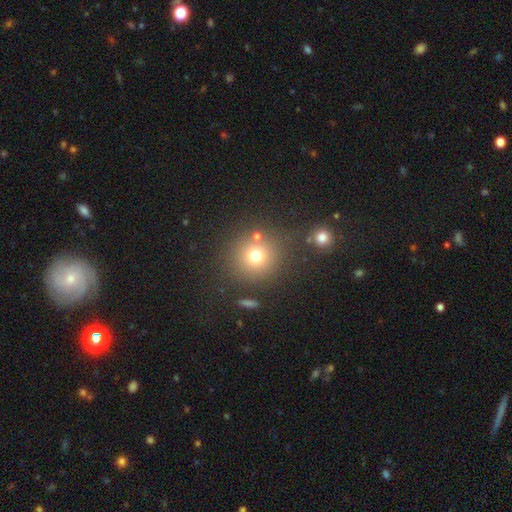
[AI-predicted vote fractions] smooth 73%, star or artifact 17%, featured or disk 10%. Down the decision tree: how rounded — round (92%); merging — none (77%).